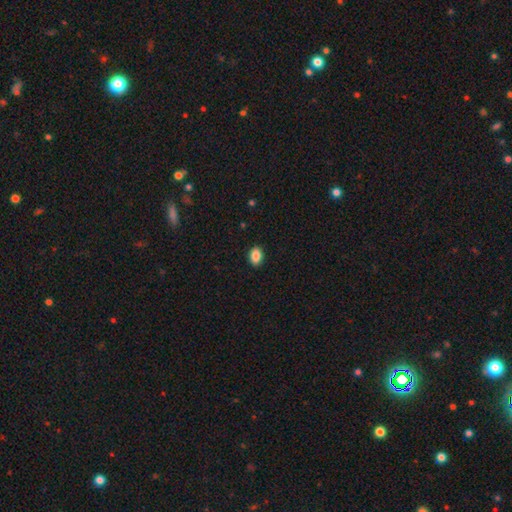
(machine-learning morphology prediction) smooth-or-featured: smooth: 88% | star or artifact: 8% | featured or disk: 4%
  how-rounded: in between: 81% | round: 18% | cigar-shaped: 1%
  merging: none: 90% | minor disturbance: 7% | major disturbance: 2% | merger: 1%